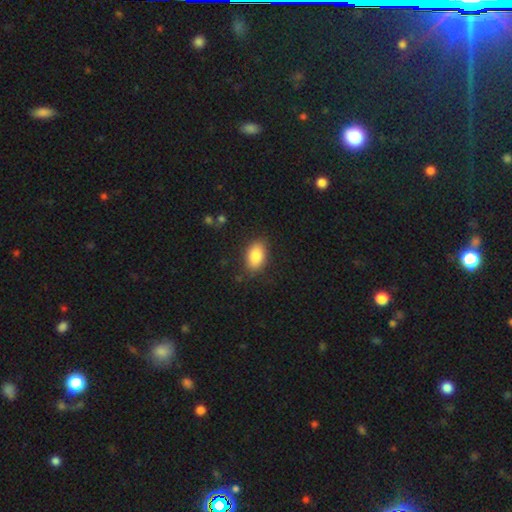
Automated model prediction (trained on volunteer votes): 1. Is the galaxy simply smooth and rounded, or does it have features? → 85% smooth, 8% featured or disk, 7% star or artifact.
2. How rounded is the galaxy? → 89% in between, 9% round, 2% cigar-shaped.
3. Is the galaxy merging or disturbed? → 82% none, 13% minor disturbance, 4% major disturbance, 1% merger.